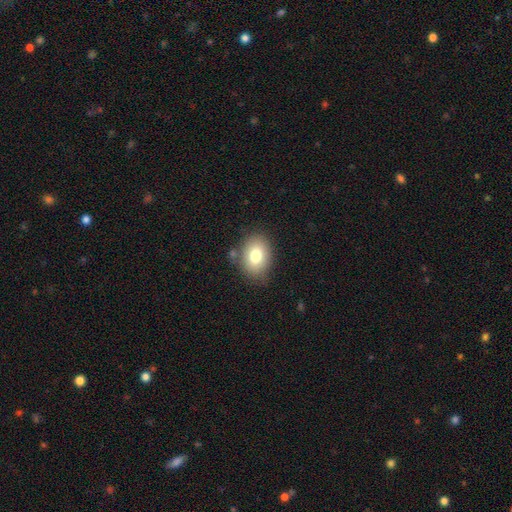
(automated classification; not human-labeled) Smooth or featured: smooth — 78% (featured or disk — 13%)
How rounded: in between — 71% (round — 28%)
Merging: none — 79% (minor disturbance — 14%)